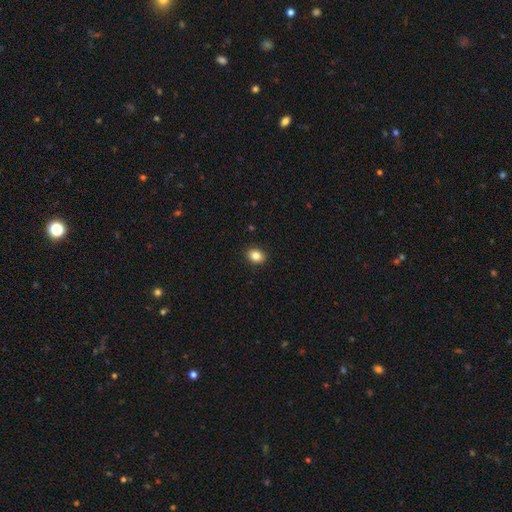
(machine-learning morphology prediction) Smooth or featured: smooth — 85% (star or artifact — 9%)
How rounded: in between — 58% (round — 41%)
Merging: none — 91% (minor disturbance — 6%)